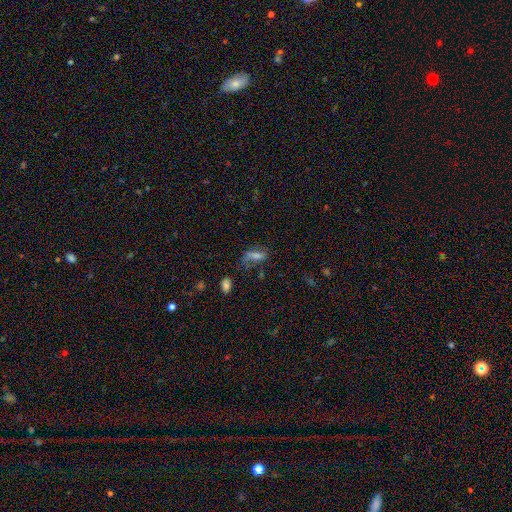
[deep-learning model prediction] This appears to be a smooth galaxy with no disk features (47%). Merging: none (48%).